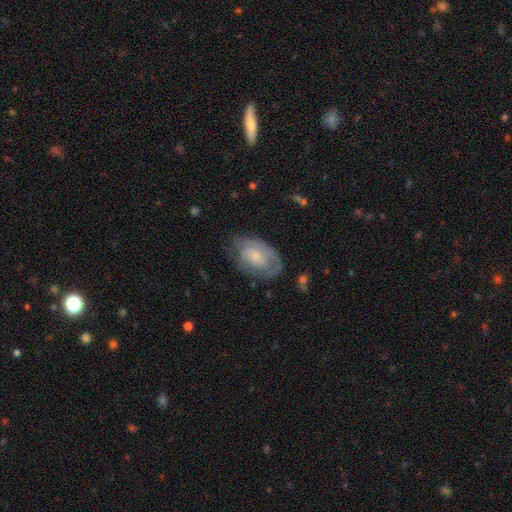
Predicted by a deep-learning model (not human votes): smooth_or_featured: smooth (p=0.50) [alt: featured or disk p=0.43]
merging: none (p=0.58) [alt: minor disturbance p=0.28]